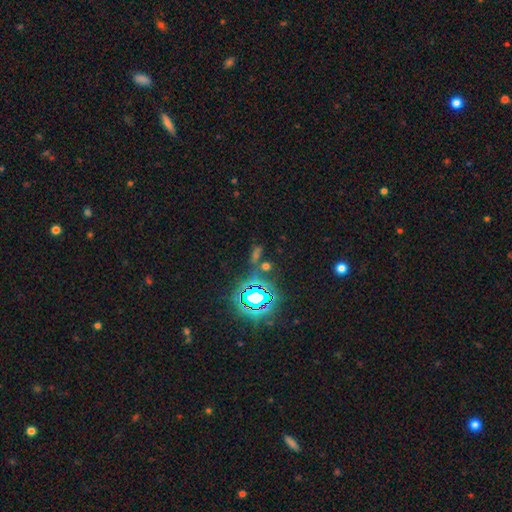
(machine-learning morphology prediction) This appears to be a star or artifact, not a galaxy (67%).